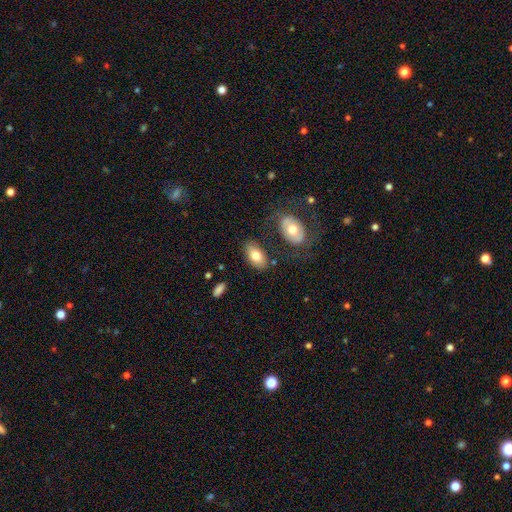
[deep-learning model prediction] The model was most divided on "smooth or featured": smooth: 74%, featured or disk: 19%, star or artifact: 7%. More confident: how rounded — in between (93%); merging — none (75%).